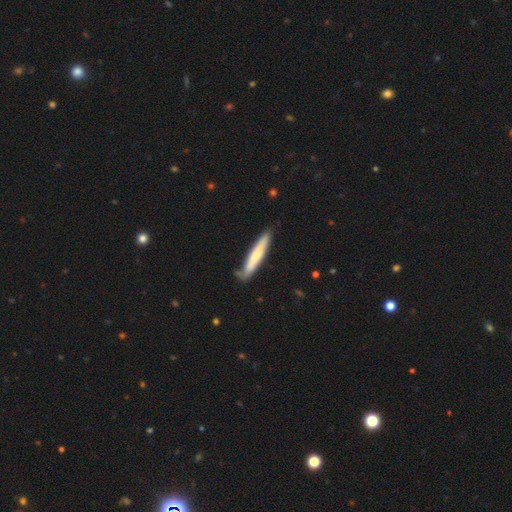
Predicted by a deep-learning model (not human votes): The model was most divided on "smooth or featured": smooth: 64%, featured or disk: 31%, star or artifact: 5%. More confident: how rounded — cigar-shaped (92%); merging — none (71%).